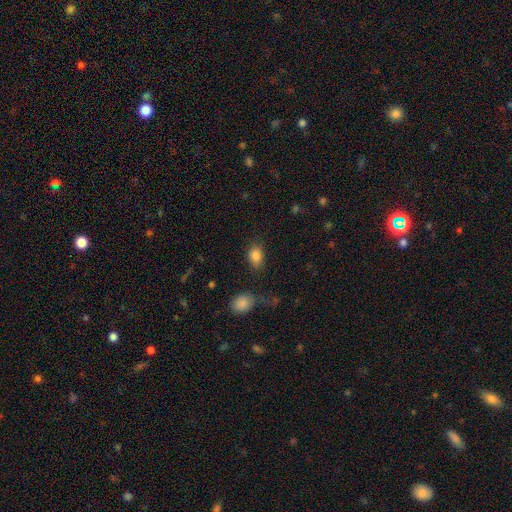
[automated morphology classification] Smooth or featured? smooth (84%)
How rounded? in between (76%)
Merging? none (79%)